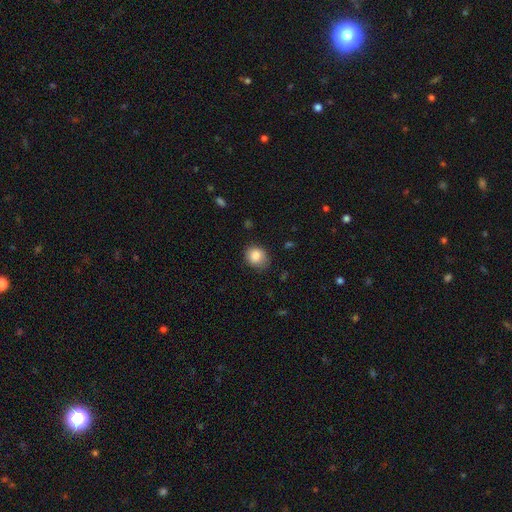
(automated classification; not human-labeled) Q: Smooth or featured?
A: smooth (86%); runner-up: star or artifact (8%)
Q: How rounded?
A: round (65%); runner-up: in between (34%)
Q: Merging?
A: none (69%); runner-up: minor disturbance (24%)